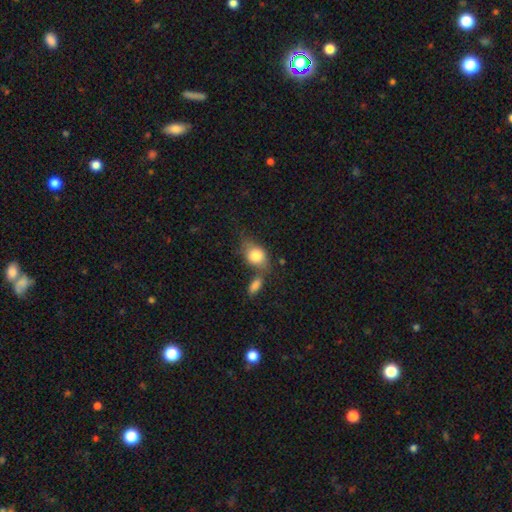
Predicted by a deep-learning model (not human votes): Overall: smooth (79%). How rounded: in between (71%). Merging: none (45%; merger 26%).